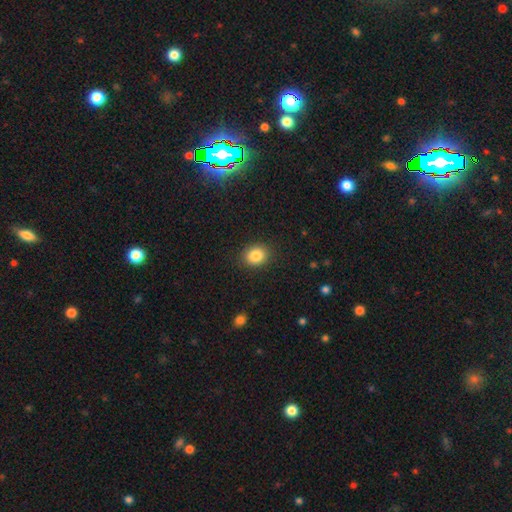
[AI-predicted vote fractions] smooth_or_featured: smooth (p=0.85) [alt: star or artifact p=0.10]
how_rounded: round (p=0.61) [alt: in between p=0.38]
merging: none (p=0.88) [alt: minor disturbance p=0.08]